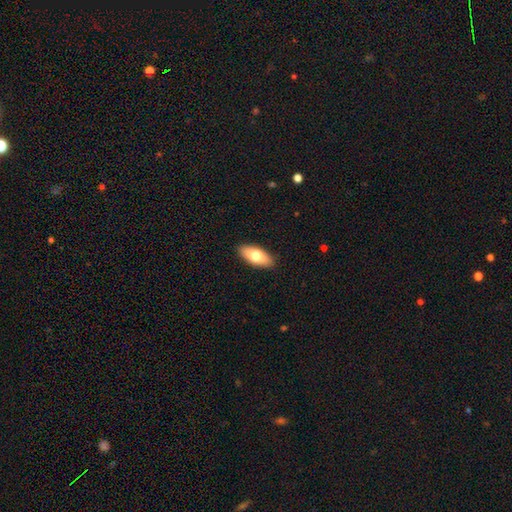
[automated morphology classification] smooth-or-featured: smooth: 71% | featured or disk: 23% | star or artifact: 6%
  how-rounded: in between: 86% | cigar-shaped: 11% | round: 3%
  merging: none: 89% | minor disturbance: 8% | major disturbance: 2% | merger: 1%